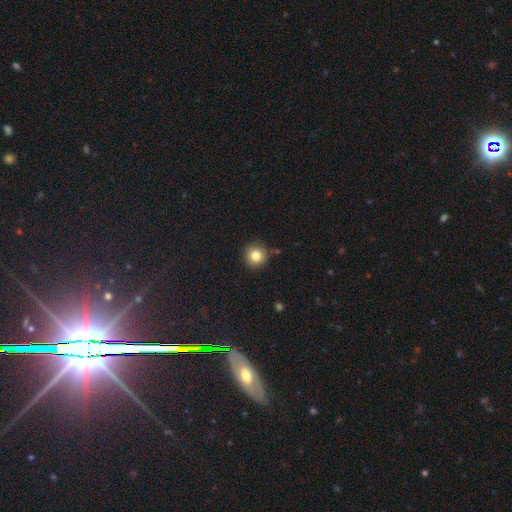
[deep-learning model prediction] The model was most divided on "smooth or featured": smooth: 82%, star or artifact: 11%, featured or disk: 7%. More confident: how rounded — round (95%); merging — none (89%).